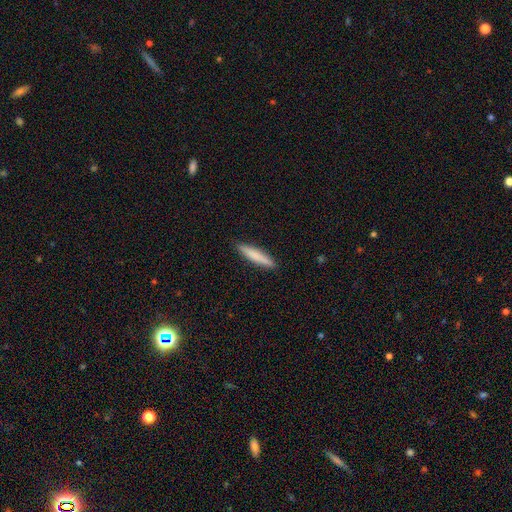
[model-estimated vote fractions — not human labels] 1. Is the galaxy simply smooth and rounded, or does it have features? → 77% smooth, 18% featured or disk, 5% star or artifact.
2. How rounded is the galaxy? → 91% cigar-shaped, 8% in between, 1% round.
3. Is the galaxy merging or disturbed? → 90% none, 7% minor disturbance, 1% major disturbance, 1% merger.